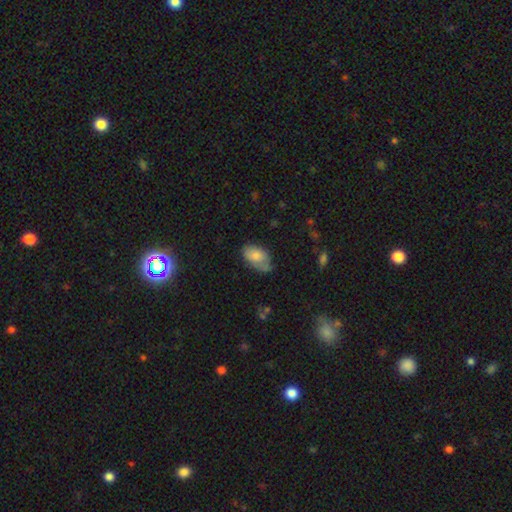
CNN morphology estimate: A smooth galaxy with no disk features (76%) that is in between round and cigar-shaped (92%). Merging: none (51%).